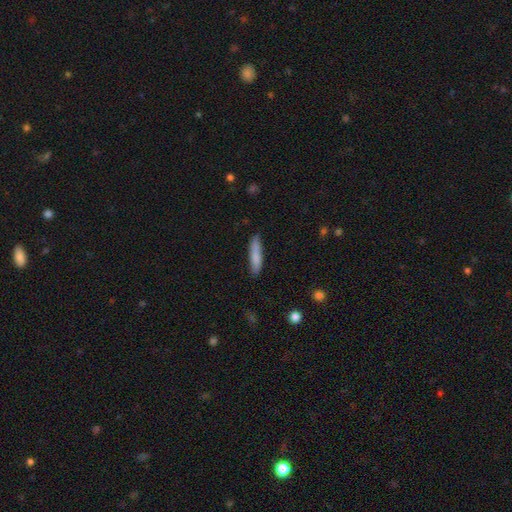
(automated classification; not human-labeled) A smooth galaxy with no disk features (80%) that is cigar-shaped (86%). Merging: none (84%).